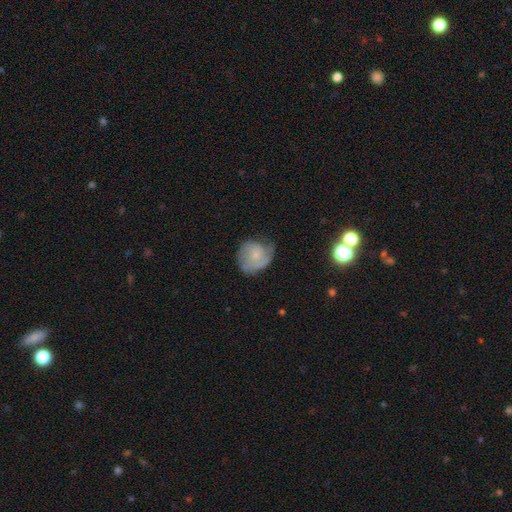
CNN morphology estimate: Overall: featured or disk (51%; smooth 41%). Edge-on disk: no (97%). Merging: none (48%; minor disturbance 32%).